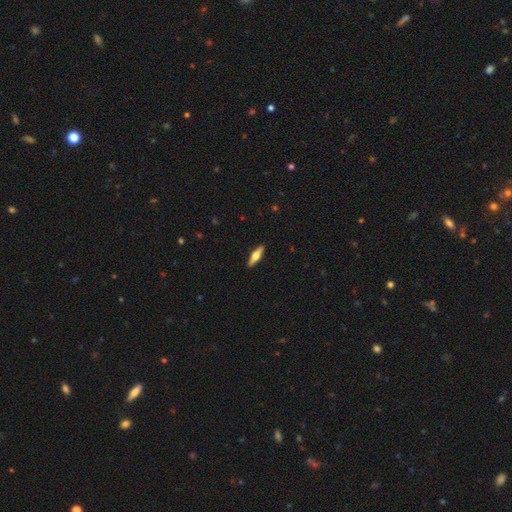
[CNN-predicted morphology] type=featured or disk (58%); edge-on=yes (95%); edge-on bulge=rounded (94%); merging=none (91%).